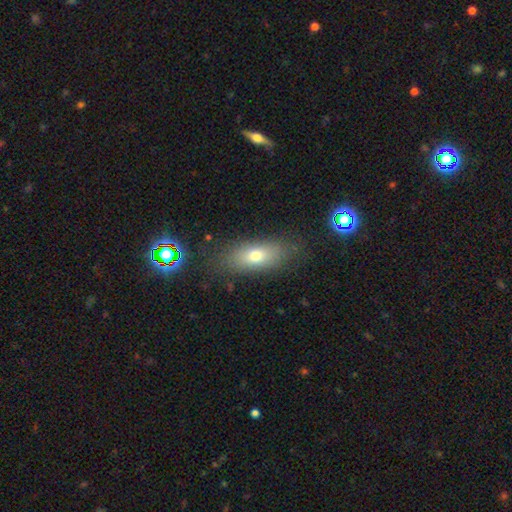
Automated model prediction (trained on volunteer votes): Overall: smooth (72%). How rounded: in between (79%). Merging: none (79%).